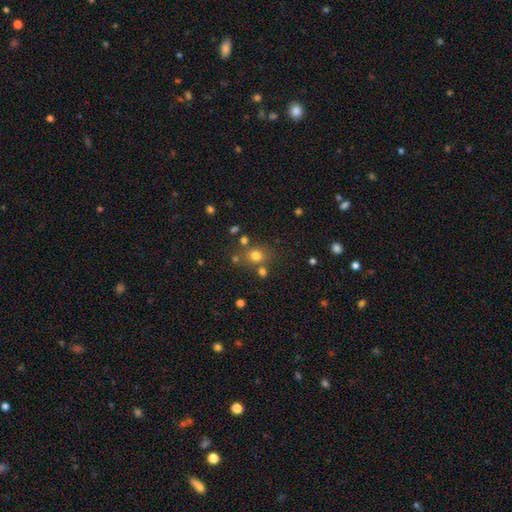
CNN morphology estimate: smooth_or_featured: smooth (p=0.74) [alt: star or artifact p=0.18]
how_rounded: round (p=0.74) [alt: in between p=0.25]
merging: none (p=0.70) [alt: merger p=0.14]